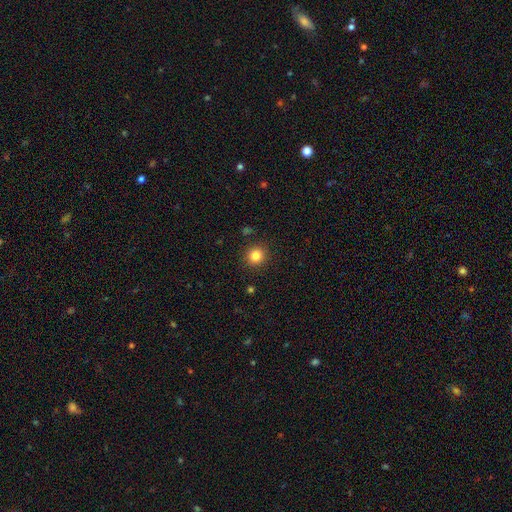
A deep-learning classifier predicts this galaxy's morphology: This is clearly a smooth galaxy (83%). How rounded: clearly round (91%). Merging: clearly none (91%).